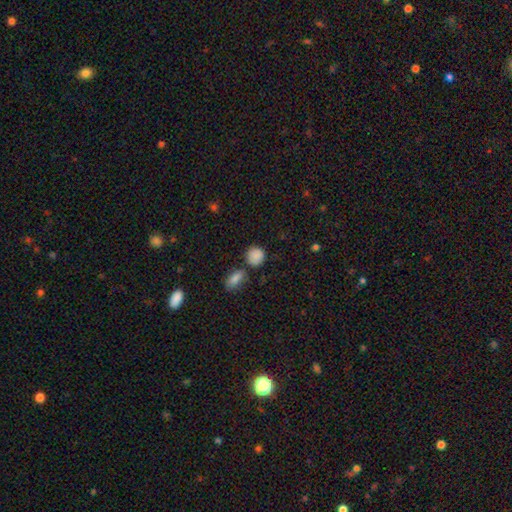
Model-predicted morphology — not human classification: Smooth or featured: smooth — 87% (star or artifact — 9%)
How rounded: round — 84% (in between — 15%)
Merging: none — 73% (minor disturbance — 14%)